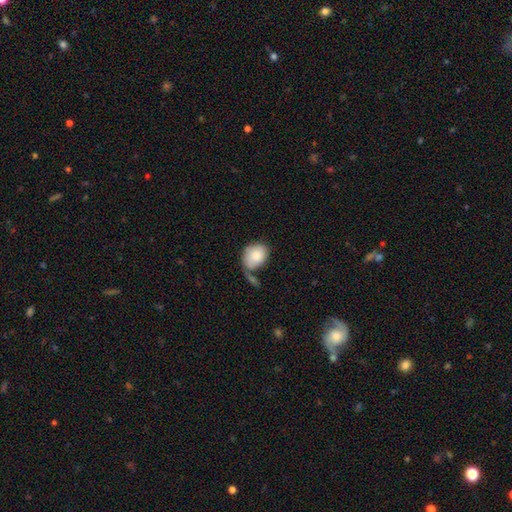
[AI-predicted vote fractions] Morphology: type=smooth (81%); roundness=in between (61%); merging=none (43%).